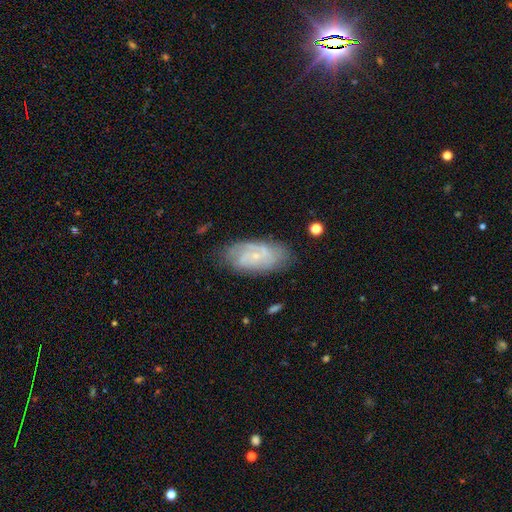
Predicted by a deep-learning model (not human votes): Smooth or featured: featured or disk — 73% (smooth — 20%)
Edge-on disk: no — 95% (yes — 5%)
Bar: no — 62% (weak — 32%)
Spiral arms: yes — 90% (no — 10%)
Spiral winding: tight — 50% (medium — 37%)
Spiral arm count: 2 — 44% (can't tell — 33%)
Bulge size: small — 80% (moderate — 13%)
Merging: none — 73% (minor disturbance — 20%)